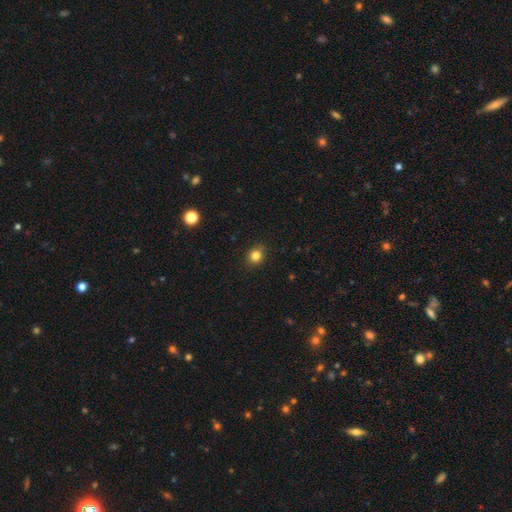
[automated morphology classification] This is clearly a smooth galaxy (83%). How rounded: likely round (64%). Merging: clearly none (89%).